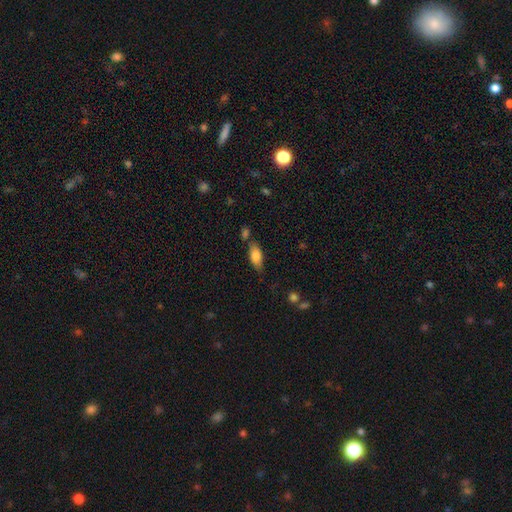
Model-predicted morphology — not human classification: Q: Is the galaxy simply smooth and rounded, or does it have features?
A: smooth — 80%.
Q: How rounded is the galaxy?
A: in between — 84%.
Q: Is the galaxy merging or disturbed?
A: none — 68%.